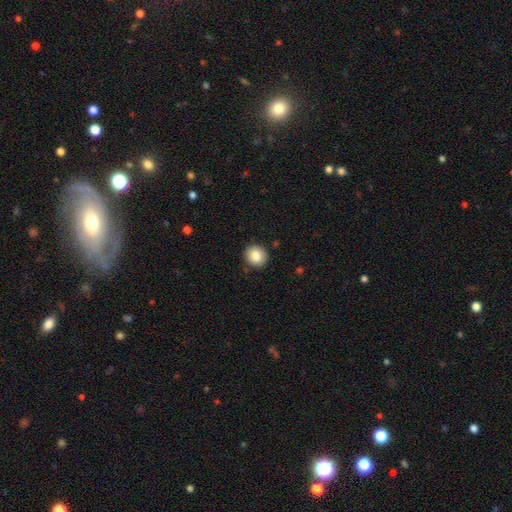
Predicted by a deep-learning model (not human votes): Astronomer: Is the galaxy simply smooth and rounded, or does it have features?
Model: smooth — 84%.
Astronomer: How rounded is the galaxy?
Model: round — 87%.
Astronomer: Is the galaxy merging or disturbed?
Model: none — 89%.